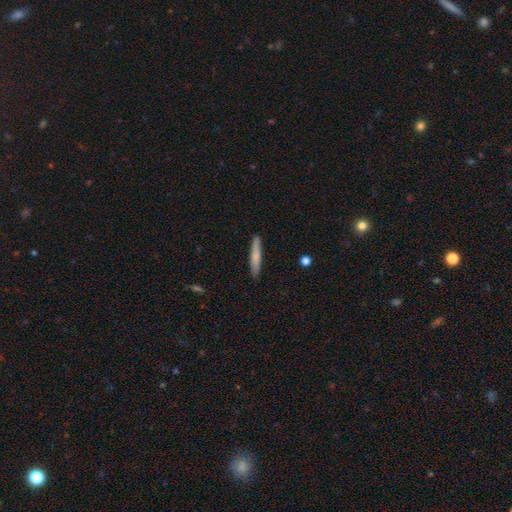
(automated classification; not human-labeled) A smooth galaxy with no disk features (72%) that is cigar-shaped (92%).

Vote fractions:
- Smooth or featured? smooth: 72% / featured or disk: 22% / star or artifact: 6%
- How rounded? cigar-shaped: 92% / in between: 7% / round: 1%
- Merging? none: 88% / minor disturbance: 9% / major disturbance: 2% / merger: 1%